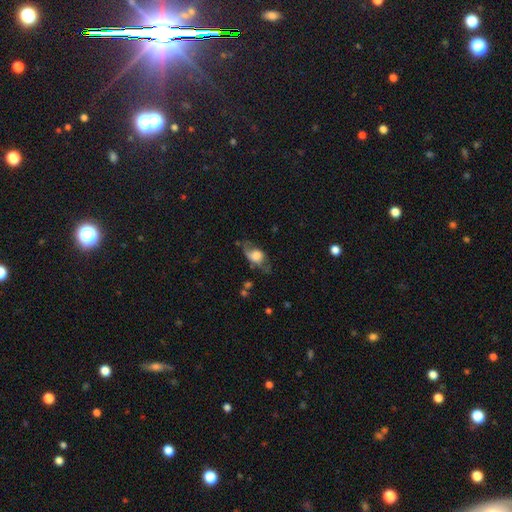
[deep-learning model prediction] A smooth galaxy with no disk features (53%) that is in between round and cigar-shaped (72%).

Vote fractions:
- Smooth or featured? smooth: 53% / featured or disk: 39% / star or artifact: 9%
- How rounded? in between: 72% / round: 23% / cigar-shaped: 5%
- Merging? none: 44% / minor disturbance: 29% / major disturbance: 24% / merger: 3%